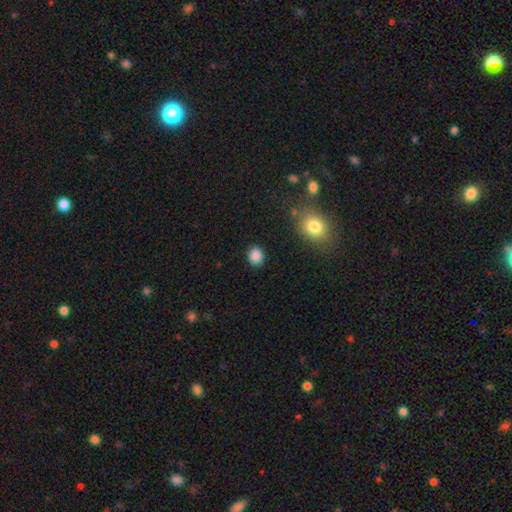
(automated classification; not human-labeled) This appears to be a smooth galaxy with no disk features (86%) that is round (64%). Merging: none (89%).